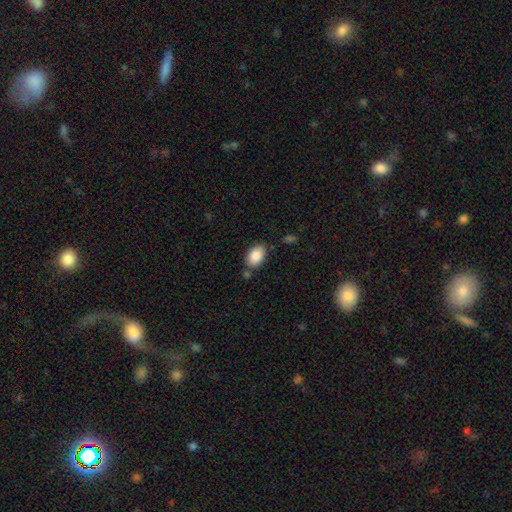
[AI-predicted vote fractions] A smooth galaxy with no disk features (88%) that is in between round and cigar-shaped (88%). Merging: none (76%).